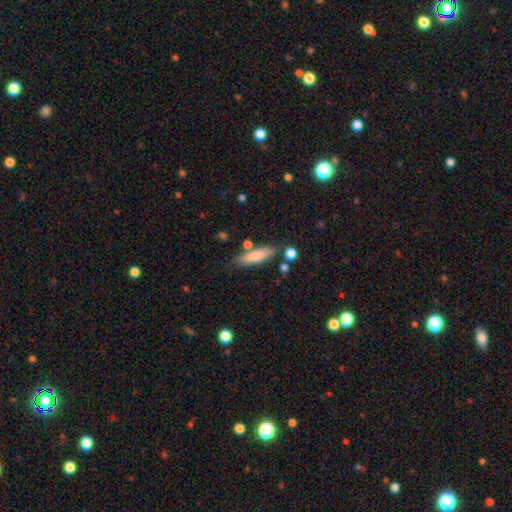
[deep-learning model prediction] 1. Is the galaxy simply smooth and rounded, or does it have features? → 80% smooth, 14% featured or disk, 6% star or artifact.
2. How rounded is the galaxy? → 59% cigar-shaped, 39% in between, 2% round.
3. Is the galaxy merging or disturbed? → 76% none, 14% minor disturbance, 7% merger, 3% major disturbance.